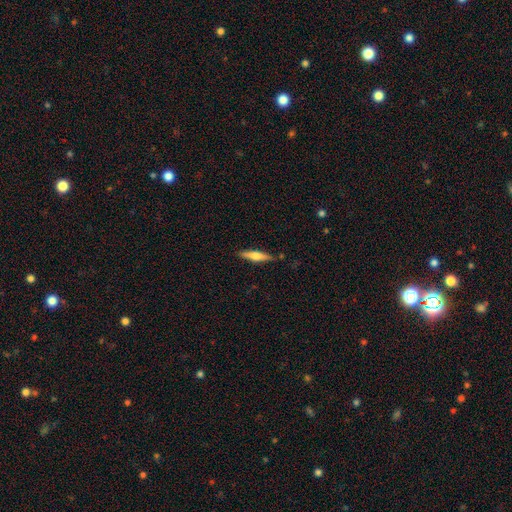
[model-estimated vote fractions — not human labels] This appears to be a featured or disk galaxy (48%). Merging: none (86%).